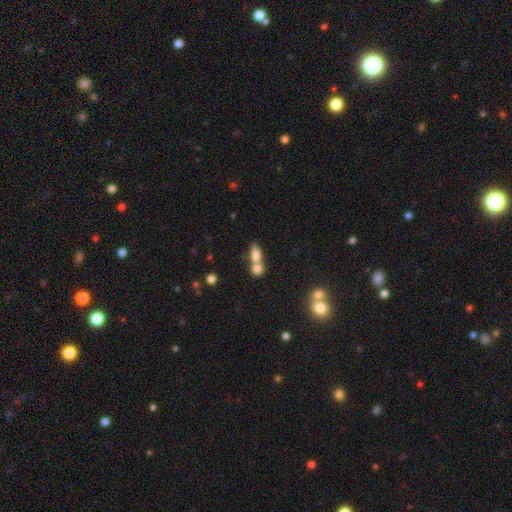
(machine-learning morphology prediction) This is likely a smooth galaxy (77%). How rounded: likely in between (71%). Merging: likely merger (62%).